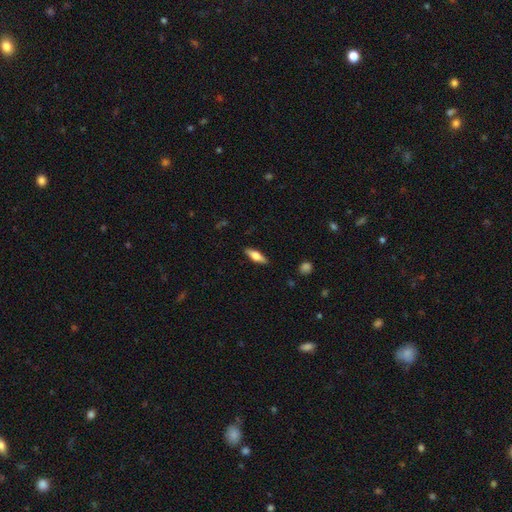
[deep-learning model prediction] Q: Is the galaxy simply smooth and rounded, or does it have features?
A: smooth — 54%.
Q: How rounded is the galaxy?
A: in between — 52%.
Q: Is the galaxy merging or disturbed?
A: none — 87%.